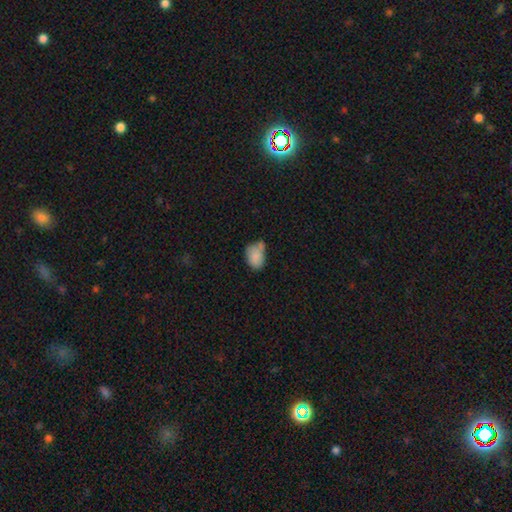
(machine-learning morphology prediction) type=smooth (81%); roundness=in between (75%); merging=none (37%).